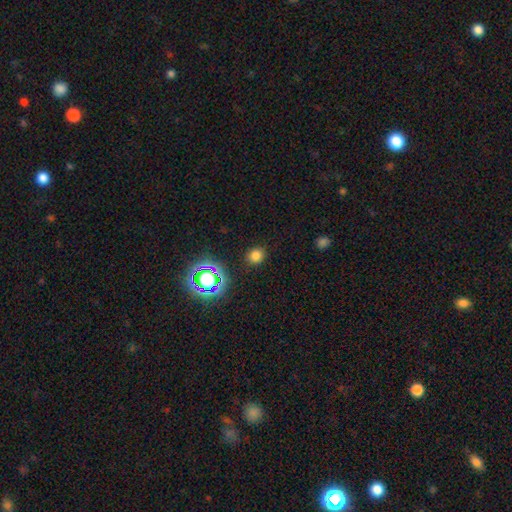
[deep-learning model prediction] Smooth or featured?
  - smooth: 74% *
  - star or artifact: 20%
  - featured or disk: 5%
How rounded?
  - round: 76% *
  - in between: 22%
  - cigar-shaped: 1%
Merging?
  - none: 87% *
  - minor disturbance: 8%
  - major disturbance: 3%
  - merger: 2%